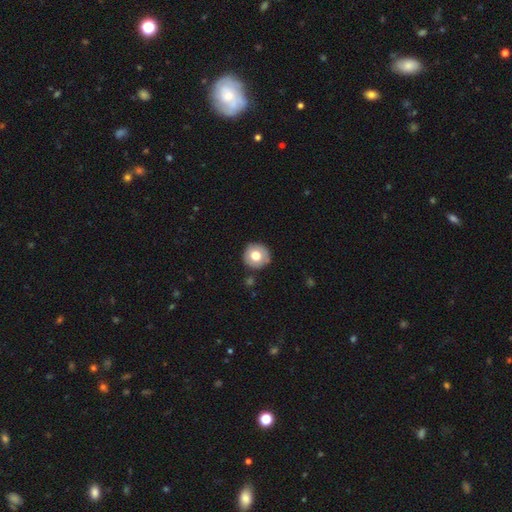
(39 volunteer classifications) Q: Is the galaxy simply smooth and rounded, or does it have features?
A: smooth — 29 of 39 (74%).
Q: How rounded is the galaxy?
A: round — 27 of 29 (93%).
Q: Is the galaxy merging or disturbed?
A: none — 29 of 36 (81%).